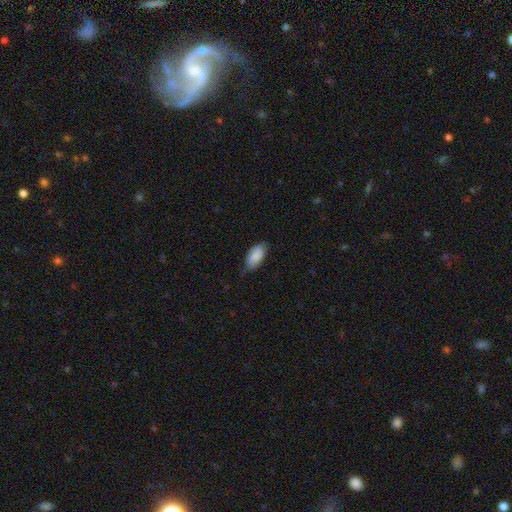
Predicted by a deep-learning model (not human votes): smooth-or-featured: smooth: 87% | featured or disk: 7% | star or artifact: 6%
  how-rounded: in between: 93% | cigar-shaped: 5% | round: 2%
  merging: none: 71% | minor disturbance: 24% | major disturbance: 4% | merger: 1%